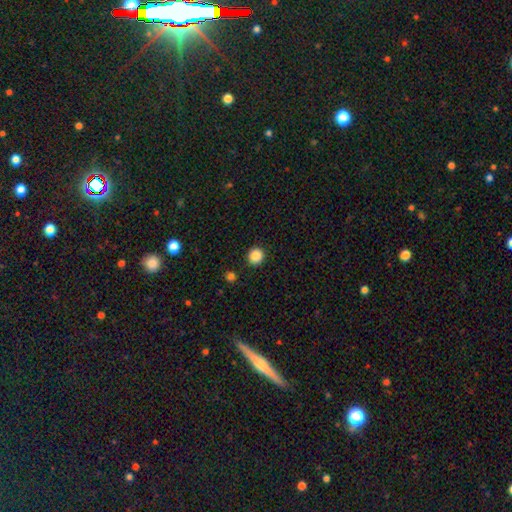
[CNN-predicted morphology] Q: Smooth or featured?
A: smooth (87%); runner-up: star or artifact (10%)
Q: How rounded?
A: round (90%); runner-up: in between (9%)
Q: Merging?
A: none (91%); runner-up: minor disturbance (5%)